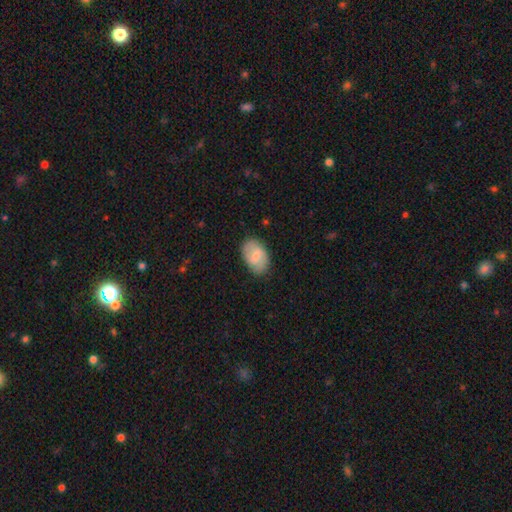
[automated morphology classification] A smooth galaxy with no disk features (62%) that is in between round and cigar-shaped (88%). Merging: none (79%).